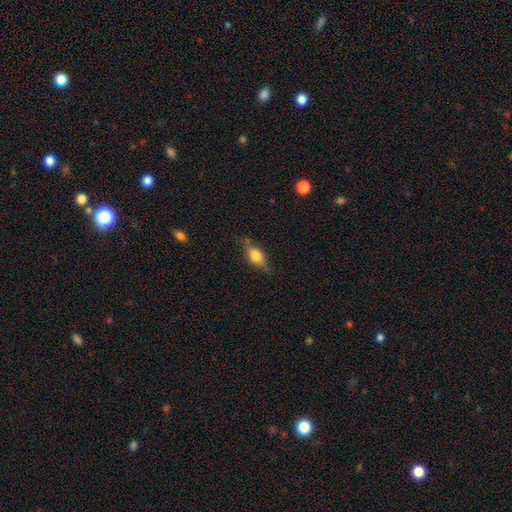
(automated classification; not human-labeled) Morphology: type=smooth (58%); roundness=in between (72%); merging=none (67%).